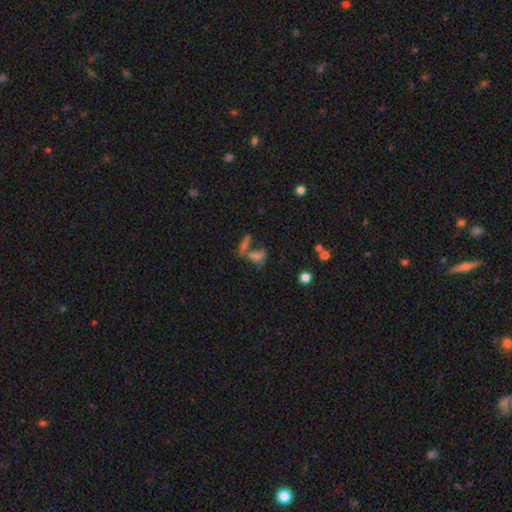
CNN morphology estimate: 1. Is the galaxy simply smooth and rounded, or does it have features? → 45% smooth, 29% featured or disk, 26% star or artifact.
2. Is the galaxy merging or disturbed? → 39% merger, 35% none, 14% major disturbance, 12% minor disturbance.